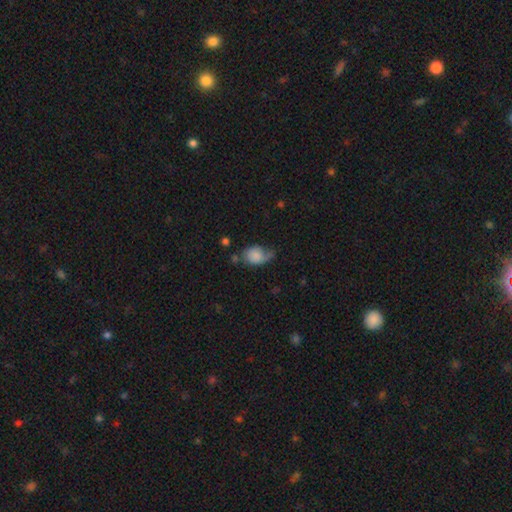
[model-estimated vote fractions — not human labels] smooth-or-featured: smooth: 74% | featured or disk: 18% | star or artifact: 8%
  how-rounded: in between: 72% | round: 27% | cigar-shaped: 2%
  merging: minor disturbance: 40% | none: 32% | major disturbance: 22% | merger: 6%